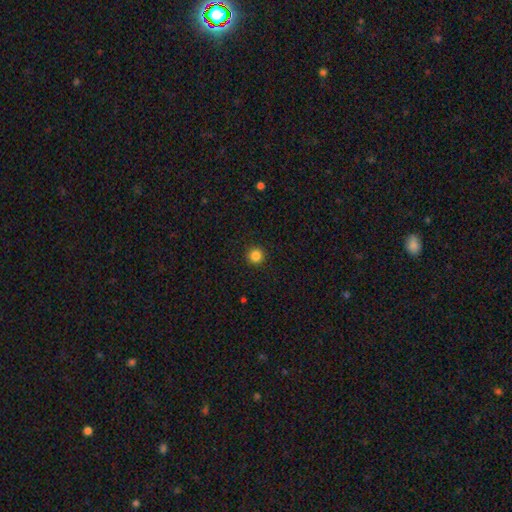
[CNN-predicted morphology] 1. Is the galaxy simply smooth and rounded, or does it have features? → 85% smooth, 12% star or artifact, 4% featured or disk.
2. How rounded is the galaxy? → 96% round, 3% in between, 1% cigar-shaped.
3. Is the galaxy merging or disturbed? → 93% none, 4% minor disturbance, 2% major disturbance, 1% merger.